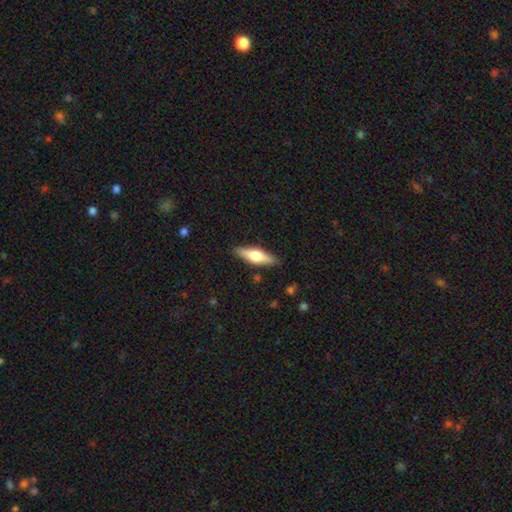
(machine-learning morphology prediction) The model was most divided on "how rounded": cigar-shaped: 52%, in between: 46%, round: 2%. More confident: merging — none (87%); smooth or featured — smooth (53%).